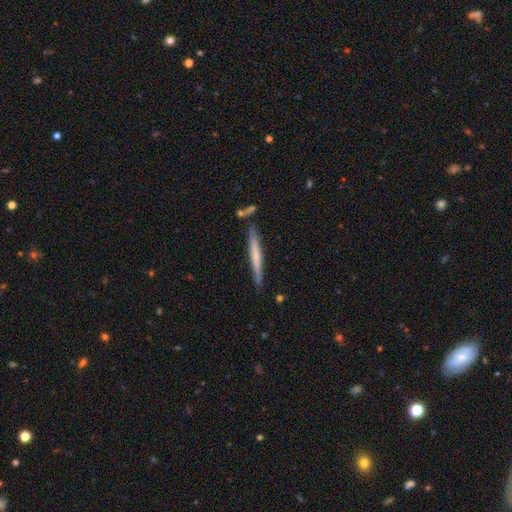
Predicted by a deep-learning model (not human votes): Smooth or featured: smooth — 49% (featured or disk — 45%)
Merging: none — 83% (minor disturbance — 11%)